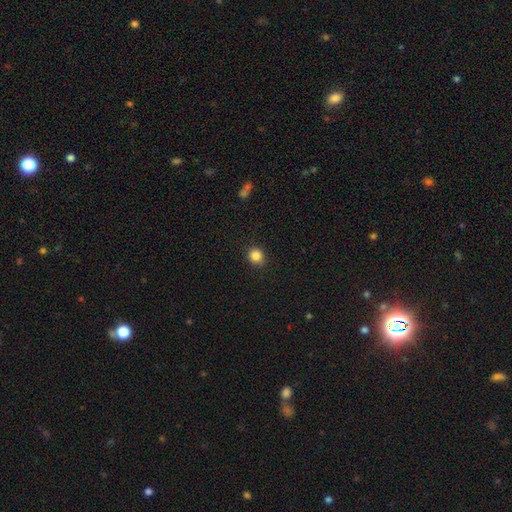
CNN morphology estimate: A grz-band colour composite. It shows a smooth galaxy with no disk features (86%) that is round (86%). Merging: none (87%).